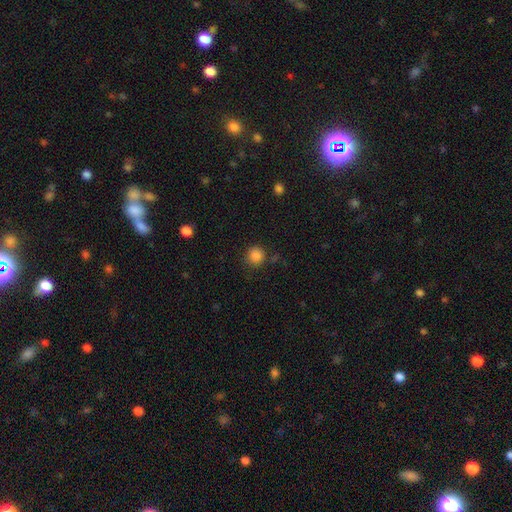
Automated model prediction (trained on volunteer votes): Morphology: type=smooth (85%); roundness=round (92%); merging=none (84%).